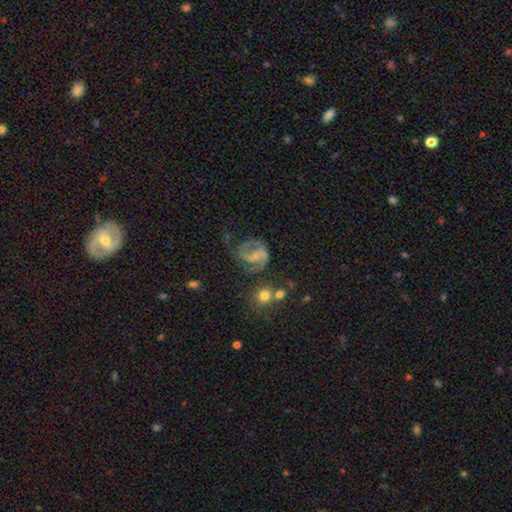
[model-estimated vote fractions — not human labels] smooth_or_featured: featured or disk (p=0.74) [alt: smooth p=0.17]
disk_edge_on: no (p=0.98) [alt: yes p=0.02]
bar: no (p=0.44) [alt: weak p=0.39]
has_spiral_arms: yes (p=0.88) [alt: no p=0.12]
spiral_winding: medium (p=0.50) [alt: tight p=0.28]
spiral_arm_count: 2 (p=0.69) [alt: 1 p=0.12]
bulge_size: none (p=0.52) [alt: small p=0.28]
merging: none (p=0.49) [alt: major disturbance p=0.26]